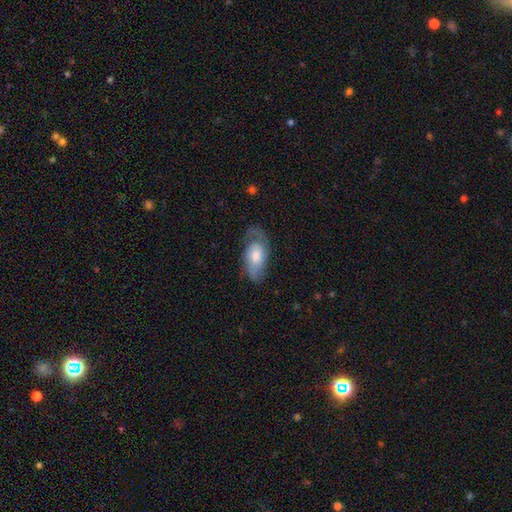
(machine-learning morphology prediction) A featured or disk galaxy (59%) with no bar (73%), spiral arms (85%) and a moderate central bulge (60%). Merging: none (57%).